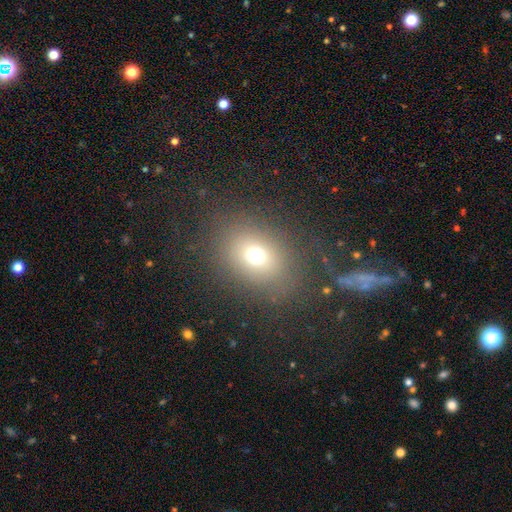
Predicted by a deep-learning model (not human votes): Smooth or featured? smooth (67%)
How rounded? round (53%)
Merging? none (76%)